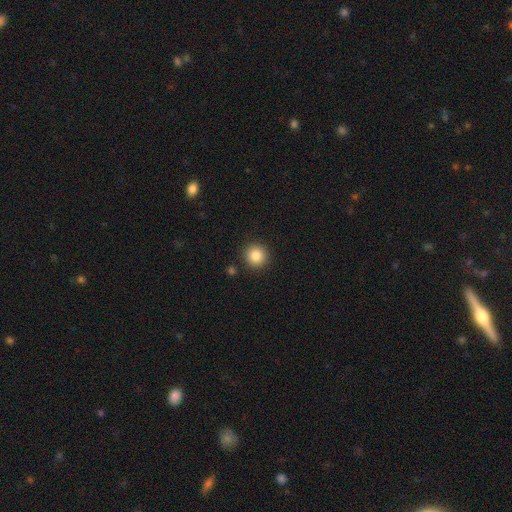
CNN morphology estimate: Q: Smooth or featured?
A: smooth (85%); runner-up: star or artifact (10%)
Q: How rounded?
A: round (94%); runner-up: in between (5%)
Q: Merging?
A: none (90%); runner-up: minor disturbance (6%)